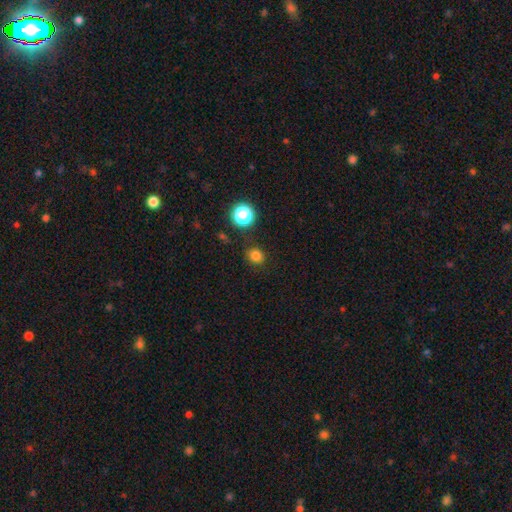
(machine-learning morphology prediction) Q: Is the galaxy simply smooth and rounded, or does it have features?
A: smooth — 79%.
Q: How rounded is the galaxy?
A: round — 81%.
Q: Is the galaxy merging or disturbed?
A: none — 84%.